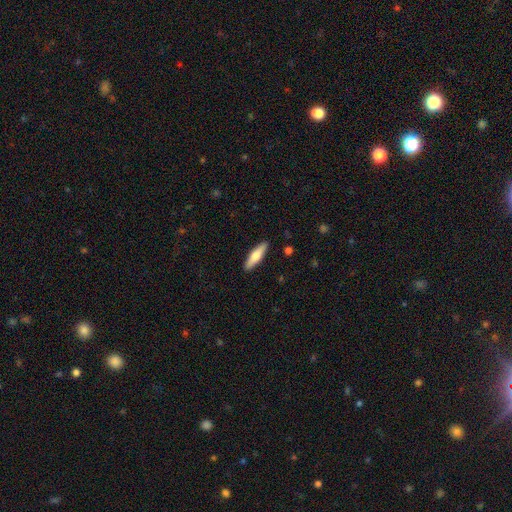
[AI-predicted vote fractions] Overall: smooth (59%; featured or disk 36%). How rounded: cigar-shaped (71%). Merging: none (91%).